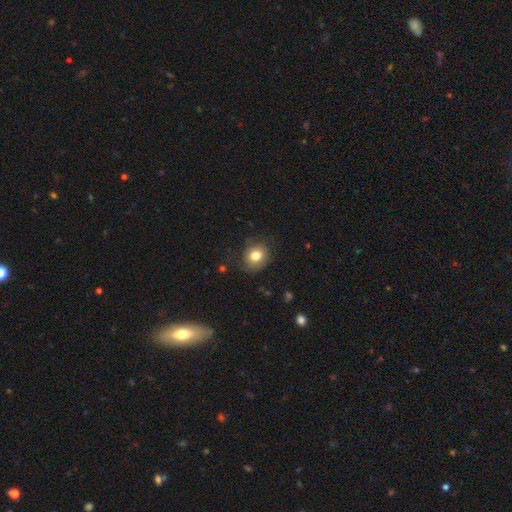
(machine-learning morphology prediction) smooth 80%, featured or disk 10%, star or artifact 10%. Down the decision tree: how rounded — round (65%); merging — none (77%).